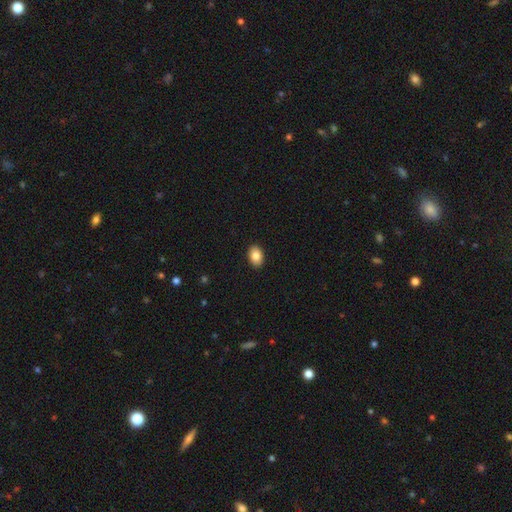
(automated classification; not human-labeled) A smooth galaxy with no disk features (85%) that is in between round and cigar-shaped (84%). Merging: none (91%).